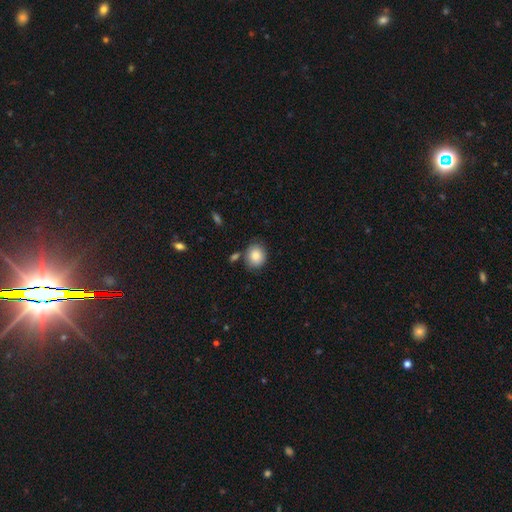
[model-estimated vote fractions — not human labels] The model was most divided on "how rounded": round: 66%, in between: 33%, cigar-shaped: 1%. More confident: smooth or featured — smooth (85%); merging — none (75%).